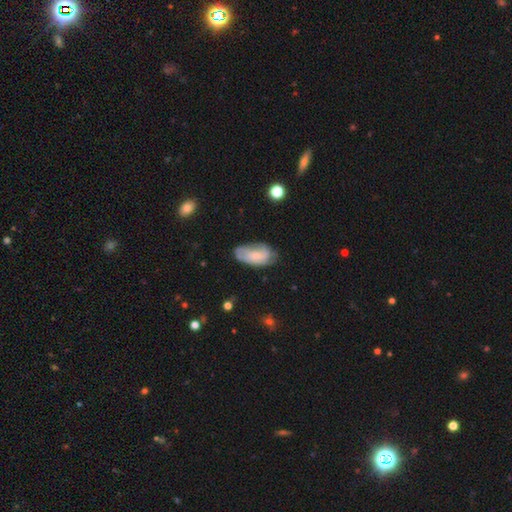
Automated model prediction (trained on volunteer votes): Overall: smooth (52%; featured or disk 40%). How rounded: in between (92%). Merging: none (54%; minor disturbance 32%).